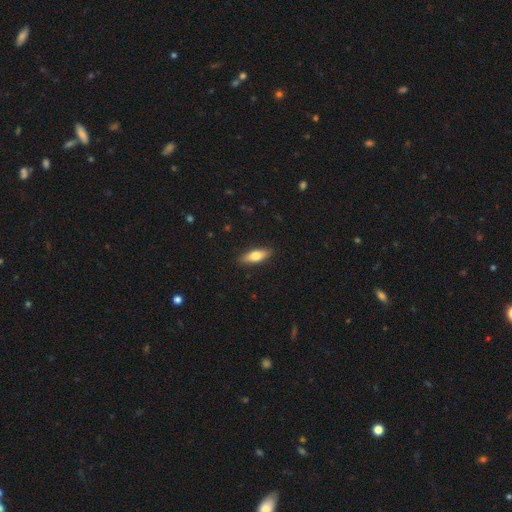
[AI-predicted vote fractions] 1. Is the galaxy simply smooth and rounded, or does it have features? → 71% smooth, 23% featured or disk, 6% star or artifact.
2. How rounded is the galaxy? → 61% in between, 37% cigar-shaped, 2% round.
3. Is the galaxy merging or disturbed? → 88% none, 9% minor disturbance, 2% major disturbance, 1% merger.